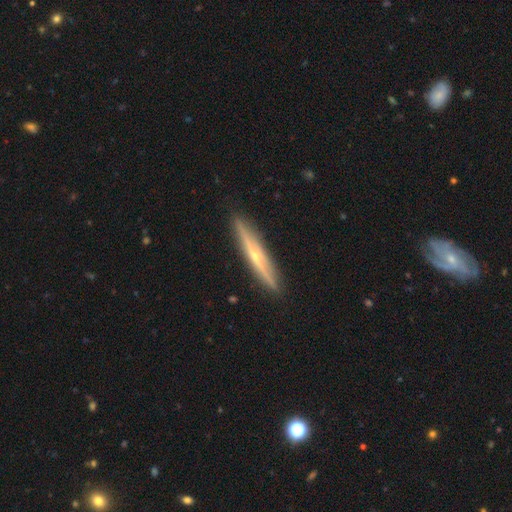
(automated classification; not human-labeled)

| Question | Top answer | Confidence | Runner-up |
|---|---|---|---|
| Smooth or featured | featured or disk | 70% | smooth (24%) |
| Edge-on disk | yes | 95% | no (5%) |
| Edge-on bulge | rounded | 74% | none (22%) |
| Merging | none | 90% | minor disturbance (7%) |